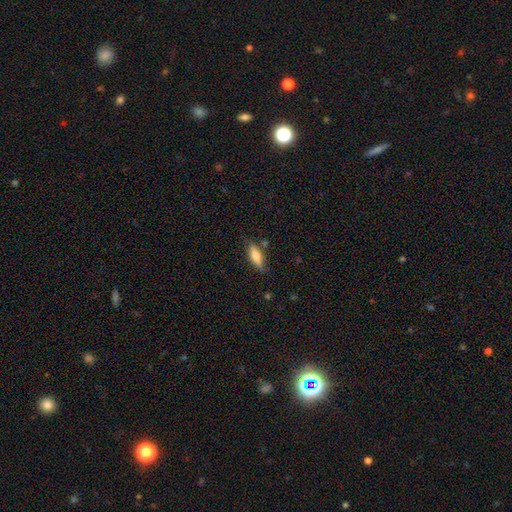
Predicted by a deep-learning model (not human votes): This appears to be a smooth galaxy with no disk features (67%) that is in between round and cigar-shaped (54%). Merging: none (74%).